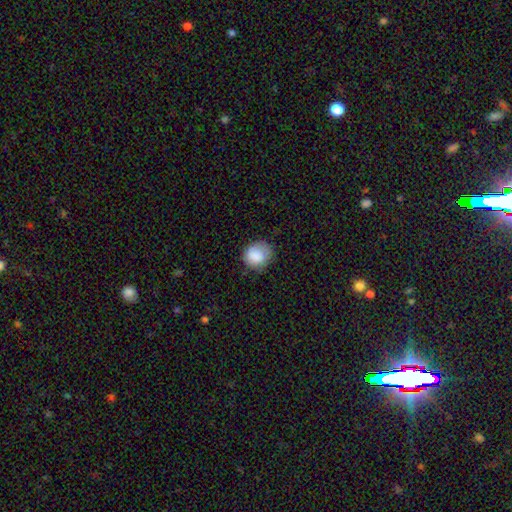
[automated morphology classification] type=smooth (86%); roundness=round (76%); merging=none (67%).